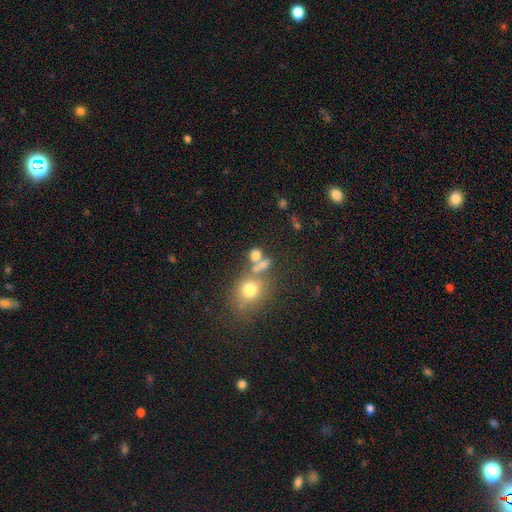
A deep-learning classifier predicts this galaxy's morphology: The model was most divided on "merging": none: 48%, merger: 33%, minor disturbance: 10%, major disturbance: 8%. More confident: smooth or featured — smooth (71%); how rounded — round (70%).